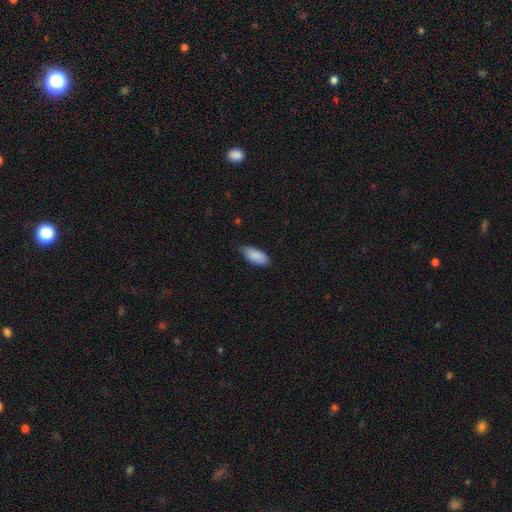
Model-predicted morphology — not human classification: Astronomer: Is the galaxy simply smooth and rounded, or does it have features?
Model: smooth — 89%.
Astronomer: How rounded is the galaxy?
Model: in between — 86%.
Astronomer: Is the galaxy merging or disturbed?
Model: none — 70%.